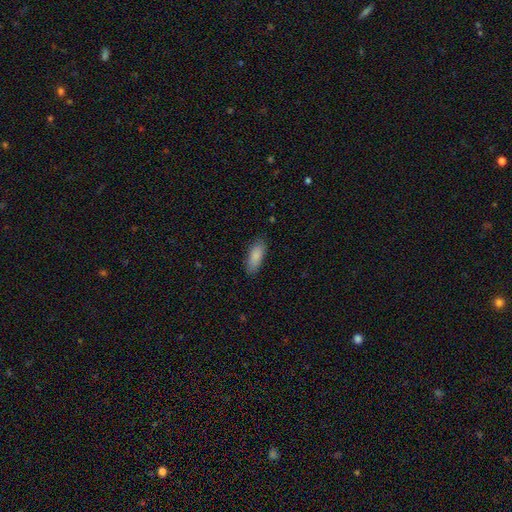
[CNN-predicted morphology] This appears to be a smooth galaxy with no disk features (87%) that is in between round and cigar-shaped (71%). Merging: none (83%).